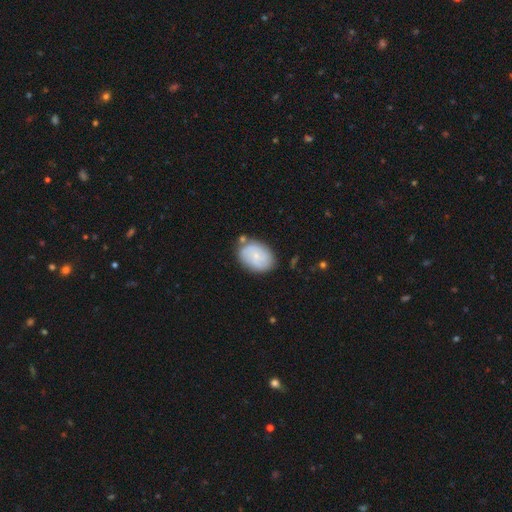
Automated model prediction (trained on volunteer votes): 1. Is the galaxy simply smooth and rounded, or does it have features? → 54% smooth, 39% featured or disk, 7% star or artifact.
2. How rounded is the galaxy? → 77% in between, 22% round, 1% cigar-shaped.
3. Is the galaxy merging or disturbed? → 69% none, 20% minor disturbance, 6% merger, 5% major disturbance.